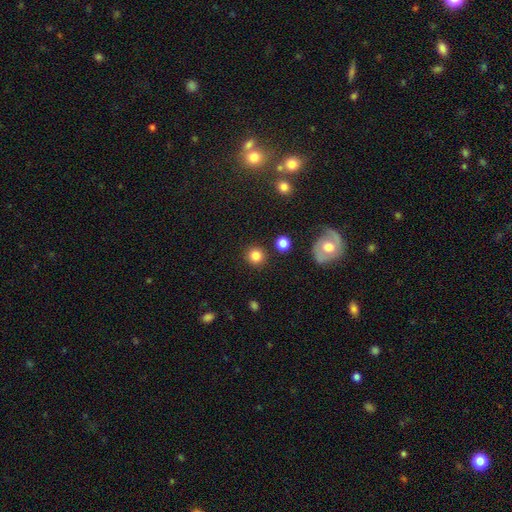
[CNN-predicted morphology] The model was most divided on "smooth or featured": smooth: 83%, star or artifact: 11%, featured or disk: 5%. More confident: how rounded — round (93%); merging — none (89%).